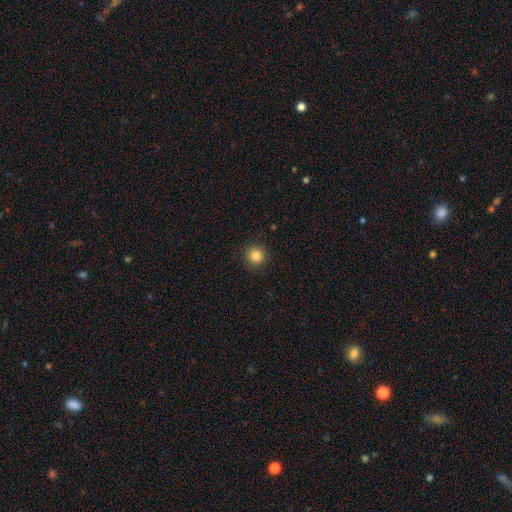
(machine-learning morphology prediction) A smooth galaxy with no disk features (85%) that is round (94%). Merging: none (91%).